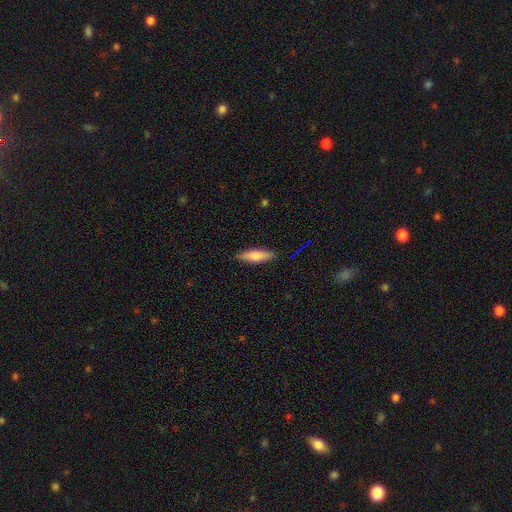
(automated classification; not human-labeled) smooth-or-featured: smooth: 78% | featured or disk: 16% | star or artifact: 6%
  how-rounded: cigar-shaped: 63% | in between: 36% | round: 2%
  merging: none: 88% | minor disturbance: 9% | major disturbance: 2% | merger: 1%